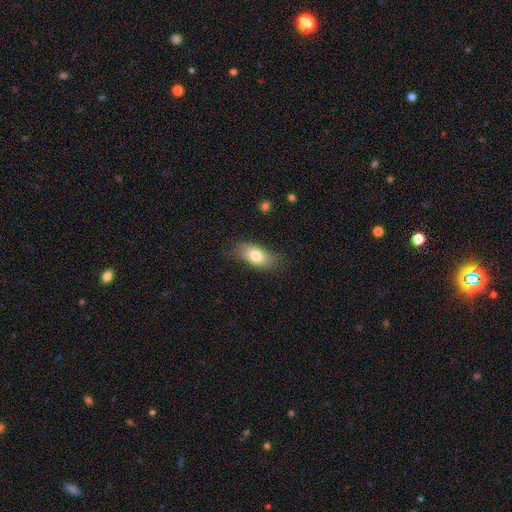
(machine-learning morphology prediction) A smooth galaxy with no disk features (78%) that is in between round and cigar-shaped (88%).

Vote fractions:
- Smooth or featured? smooth: 78% / featured or disk: 15% / star or artifact: 8%
- How rounded? in between: 88% / cigar-shaped: 7% / round: 6%
- Merging? none: 76% / minor disturbance: 18% / major disturbance: 5% / merger: 1%